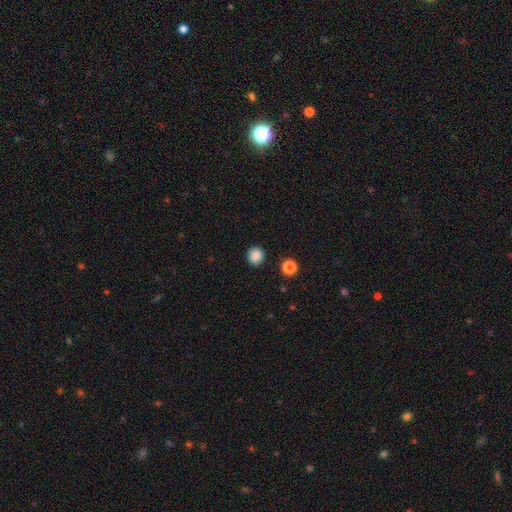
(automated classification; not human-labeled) Smooth or featured? Predicted: smooth (p=0.85). How rounded? Predicted: round (p=0.89). Merging? Predicted: none (p=0.92).